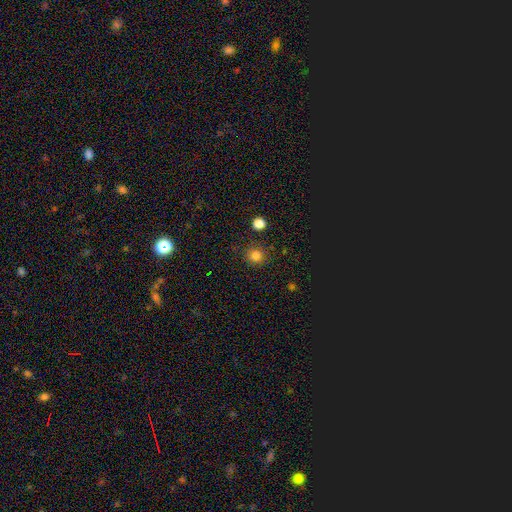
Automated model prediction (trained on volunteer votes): smooth_or_featured: smooth (p=0.82) [alt: star or artifact p=0.14]
how_rounded: round (p=0.92) [alt: in between p=0.07]
merging: none (p=0.89) [alt: minor disturbance p=0.07]